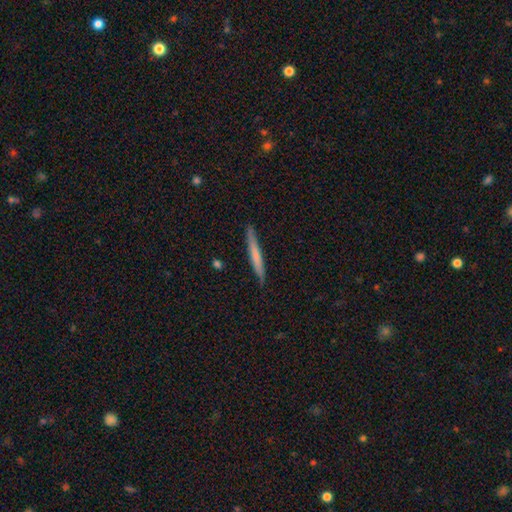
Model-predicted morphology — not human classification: Smooth or featured?
  - smooth: 61% *
  - featured or disk: 34%
  - star or artifact: 5%
How rounded?
  - cigar-shaped: 96% *
  - in between: 2%
  - round: 1%
Merging?
  - none: 87% *
  - minor disturbance: 10%
  - major disturbance: 2%
  - merger: 1%